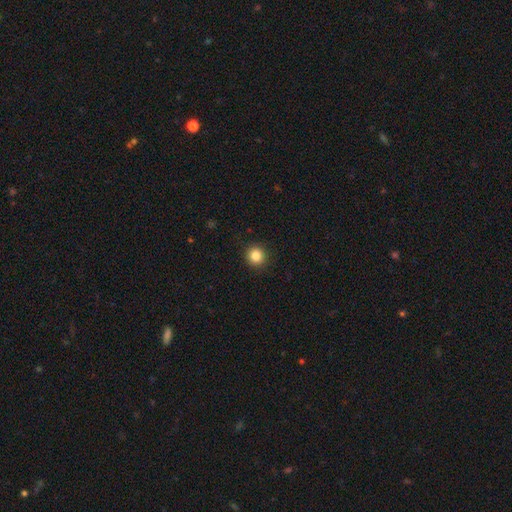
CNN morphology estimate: This appears to be a smooth galaxy with no disk features (84%) that is round (93%). Merging: none (92%).